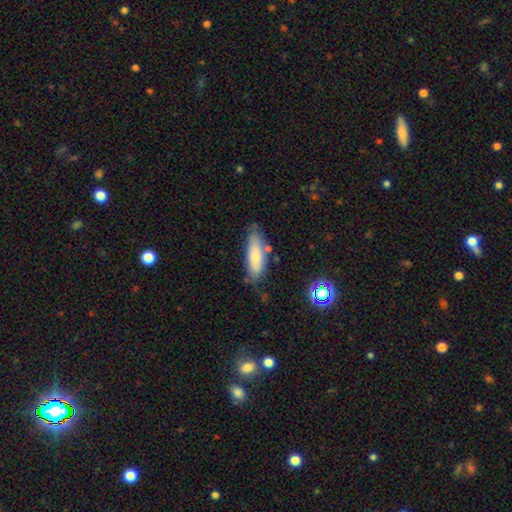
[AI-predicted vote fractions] smooth 75%, featured or disk 17%, star or artifact 7%. Down the decision tree: how rounded — in between (61%); merging — none (67%).